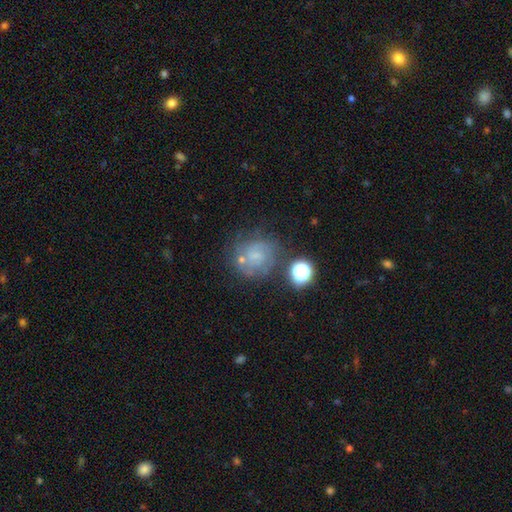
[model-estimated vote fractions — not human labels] A featured or disk galaxy (53%) with no bar (62%), spiral arms (73%) and a small central bulge (43%). Merging: none (58%).